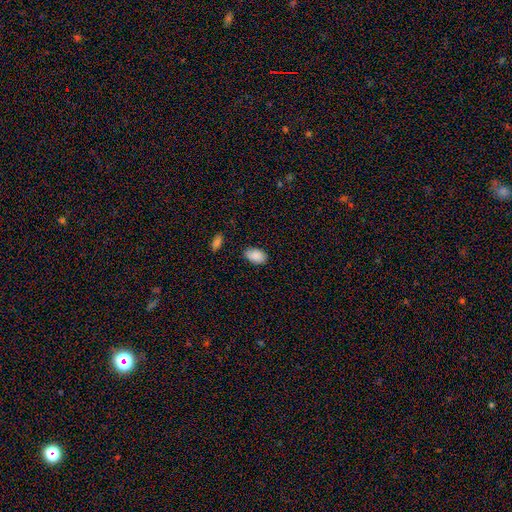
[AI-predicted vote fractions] Overall: smooth (88%). How rounded: in between (92%). Merging: none (82%).